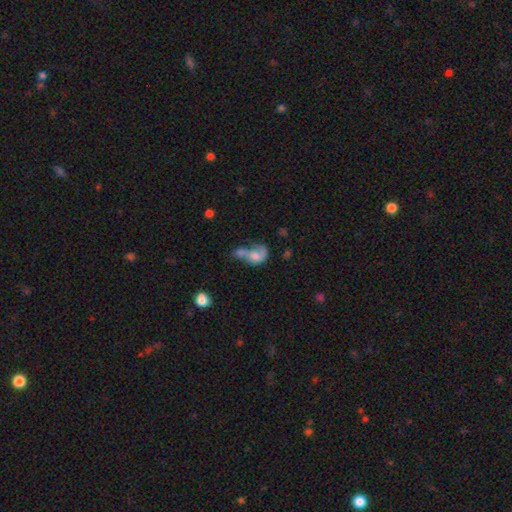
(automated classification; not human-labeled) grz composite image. It shows a smooth galaxy with no disk features (53%) that is in between round and cigar-shaped (69%). Merging: merger (58%).